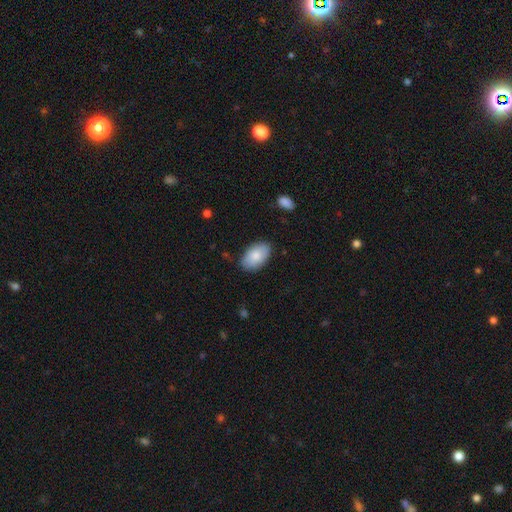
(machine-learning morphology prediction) Q: Smooth or featured?
A: smooth (82%); runner-up: featured or disk (12%)
Q: How rounded?
A: in between (93%); runner-up: round (6%)
Q: Merging?
A: none (83%); runner-up: minor disturbance (13%)